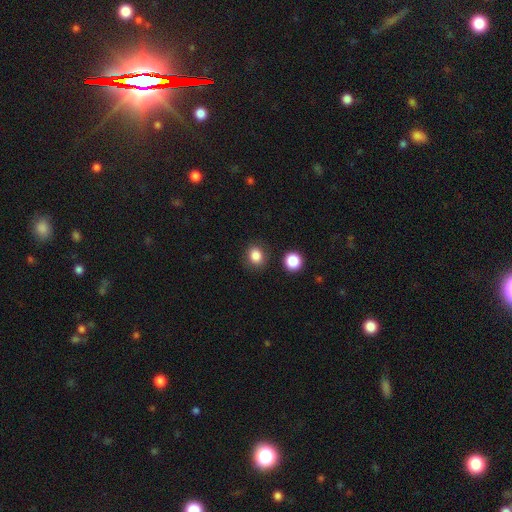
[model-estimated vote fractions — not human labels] Smooth or featured: smooth — 84% (star or artifact — 11%)
How rounded: round — 68% (in between — 31%)
Merging: none — 84% (minor disturbance — 10%)